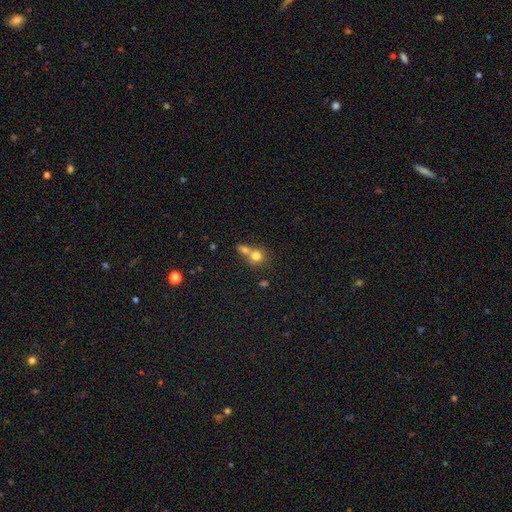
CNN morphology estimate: smooth-or-featured: smooth: 76% | featured or disk: 13% | star or artifact: 11%
  how-rounded: round: 81% | in between: 18% | cigar-shaped: 1%
  merging: merger: 56% | none: 33% | minor disturbance: 7% | major disturbance: 3%